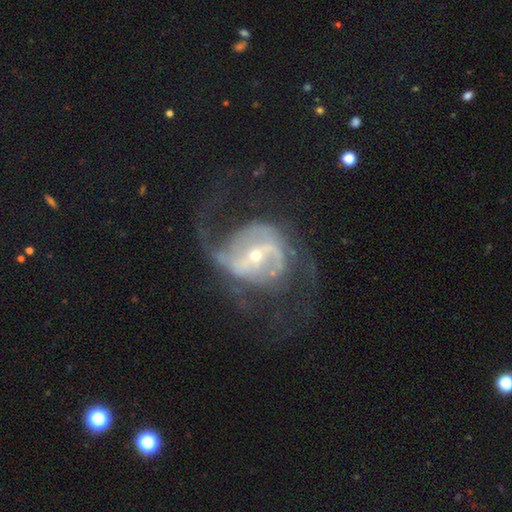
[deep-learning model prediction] This is clearly a featured or disk galaxy (86%). It is clearly not viewed edge-on (97%). Bar: marginally strong (41%). Spiral arm pattern: clearly yes (92%). Spiral arm count: likely 2 (76%). Spiral winding: possibly medium (45%). Central bulge: likely small (70%). Merging: possibly none (52%).